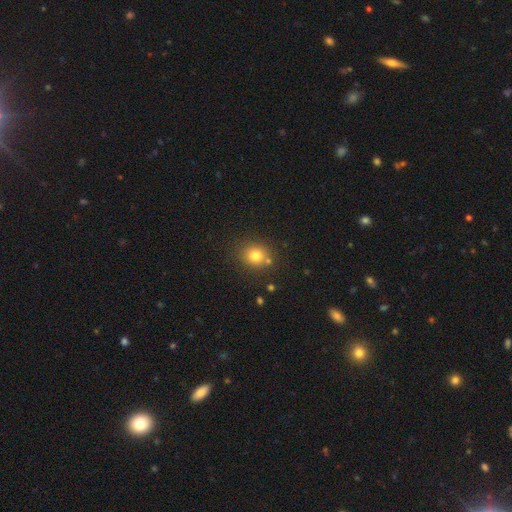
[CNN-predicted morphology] smooth_or_featured: smooth (p=0.78) [alt: star or artifact p=0.14]
how_rounded: round (p=0.80) [alt: in between p=0.19]
merging: none (p=0.77) [alt: minor disturbance p=0.10]